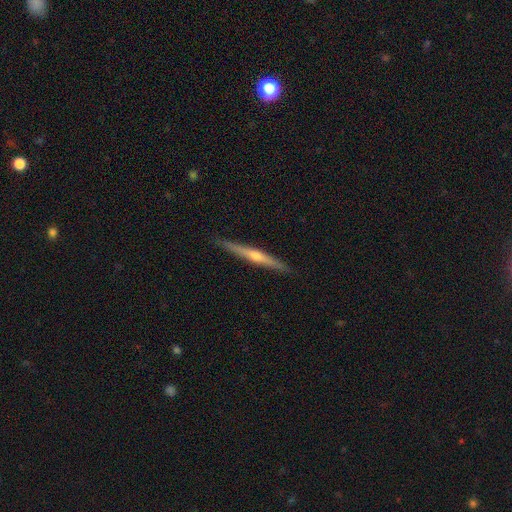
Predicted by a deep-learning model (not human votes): Overall: featured or disk (74%). Edge-on disk: yes (98%). Edge-on bulge: rounded (83%). Merging: none (91%).